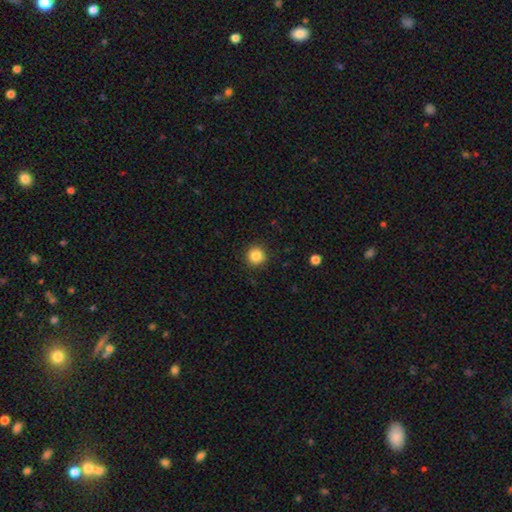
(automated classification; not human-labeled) This is clearly a smooth galaxy (85%). How rounded: clearly round (94%). Merging: clearly none (91%).